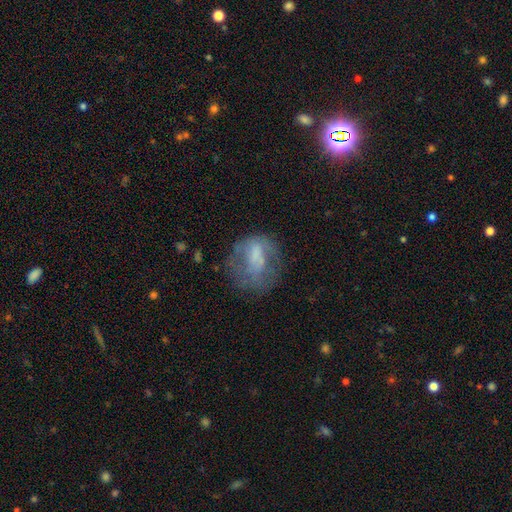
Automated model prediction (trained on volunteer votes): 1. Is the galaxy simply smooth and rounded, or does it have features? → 45% smooth, 41% featured or disk, 15% star or artifact.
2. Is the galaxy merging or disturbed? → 50% none, 24% major disturbance, 23% minor disturbance, 3% merger.